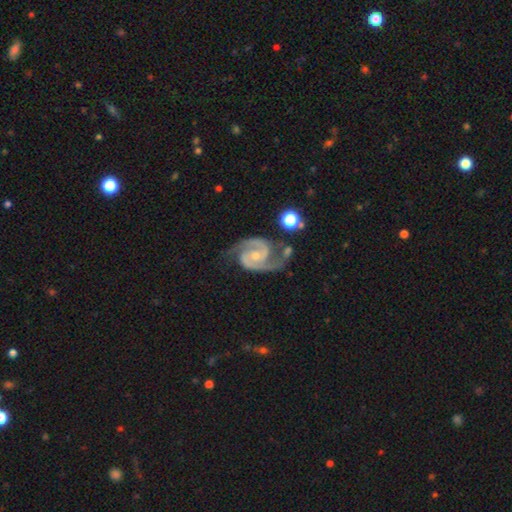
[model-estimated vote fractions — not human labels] smooth_or_featured: featured or disk (p=0.93) [alt: star or artifact p=0.04]
disk_edge_on: no (p=0.98) [alt: yes p=0.02]
bar: no (p=0.48) [alt: weak p=0.39]
has_spiral_arms: yes (p=0.98) [alt: no p=0.02]
spiral_winding: medium (p=0.59) [alt: tight p=0.30]
spiral_arm_count: 2 (p=0.93) [alt: 3 p=0.02]
bulge_size: small (p=0.57) [alt: moderate p=0.36]
merging: none (p=0.66) [alt: minor disturbance p=0.20]